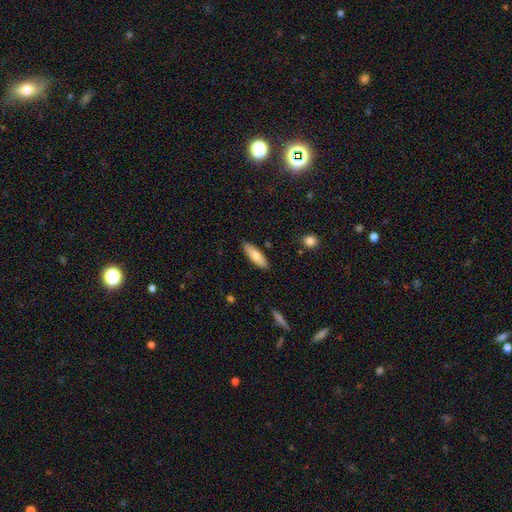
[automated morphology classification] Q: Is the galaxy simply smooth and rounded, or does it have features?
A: smooth — 81%.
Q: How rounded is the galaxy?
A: in between — 52%.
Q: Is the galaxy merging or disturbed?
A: none — 87%.